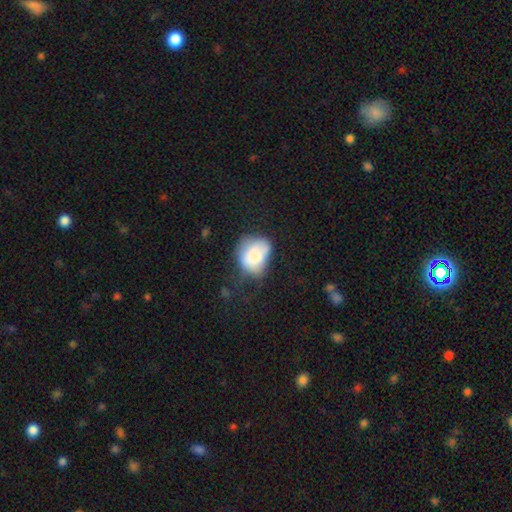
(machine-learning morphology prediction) Overall: smooth (72%). How rounded: in between (55%; round 44%). Merging: none (37%; minor disturbance 34%).